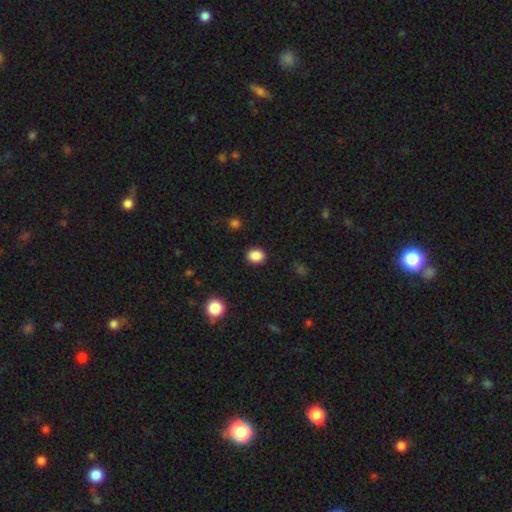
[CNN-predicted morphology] Smooth or featured?
  - smooth: 87% *
  - star or artifact: 9%
  - featured or disk: 3%
How rounded?
  - round: 56% *
  - in between: 44%
  - cigar-shaped: 1%
Merging?
  - none: 89% *
  - minor disturbance: 7%
  - major disturbance: 2%
  - merger: 1%